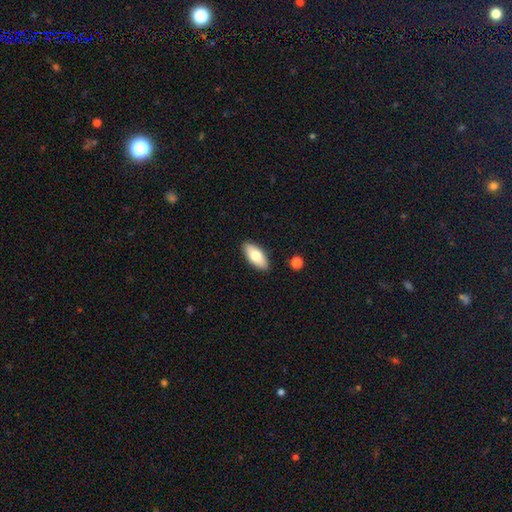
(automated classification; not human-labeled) Overall: smooth (74%). How rounded: in between (86%). Merging: none (89%).